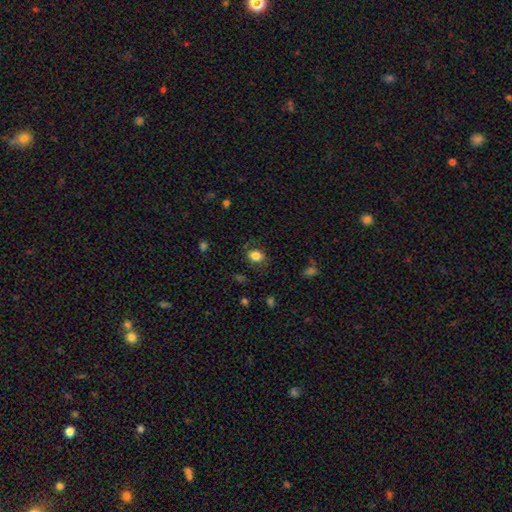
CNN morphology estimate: The model was most divided on "how rounded": in between: 64%, round: 34%, cigar-shaped: 1%. More confident: smooth or featured — smooth (82%); merging — none (76%).